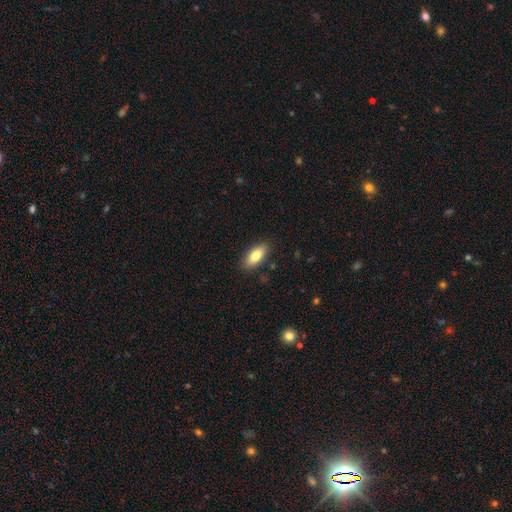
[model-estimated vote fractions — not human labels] This is clearly a smooth galaxy (80%). How rounded: likely in between (80%). Merging: clearly none (87%).